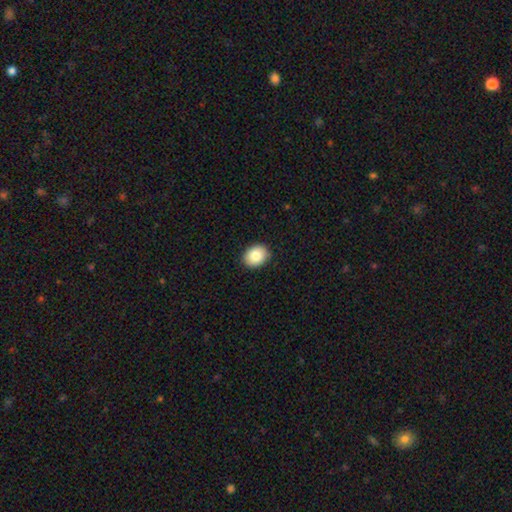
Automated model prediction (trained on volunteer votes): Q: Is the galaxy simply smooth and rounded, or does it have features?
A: smooth — 85%.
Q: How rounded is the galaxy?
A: in between — 55%.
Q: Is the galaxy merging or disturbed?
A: none — 89%.